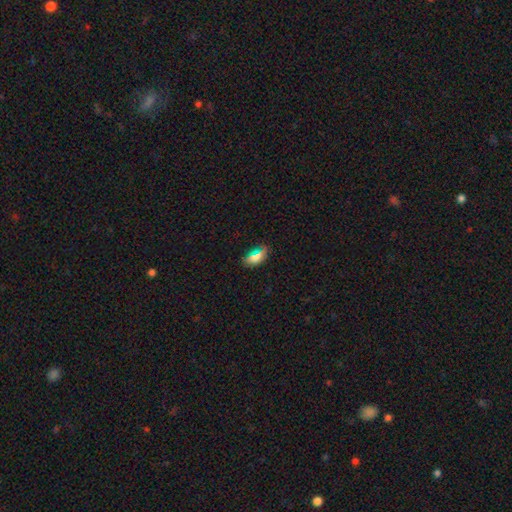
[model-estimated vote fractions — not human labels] Overall: smooth (70%). How rounded: in between (87%). Merging: none (80%).